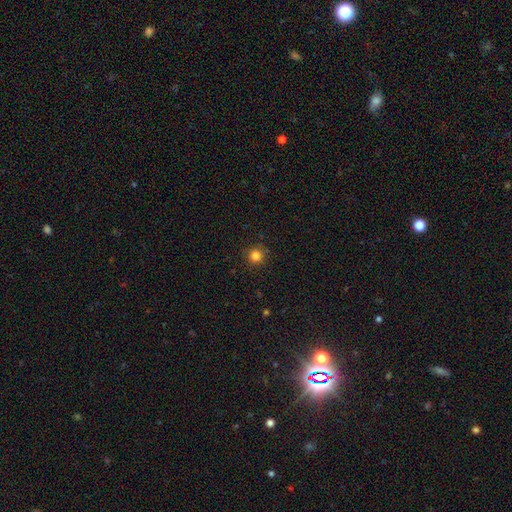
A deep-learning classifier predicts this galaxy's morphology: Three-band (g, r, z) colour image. It shows a smooth galaxy with no disk features (83%) that is round (95%). Merging: none (90%).